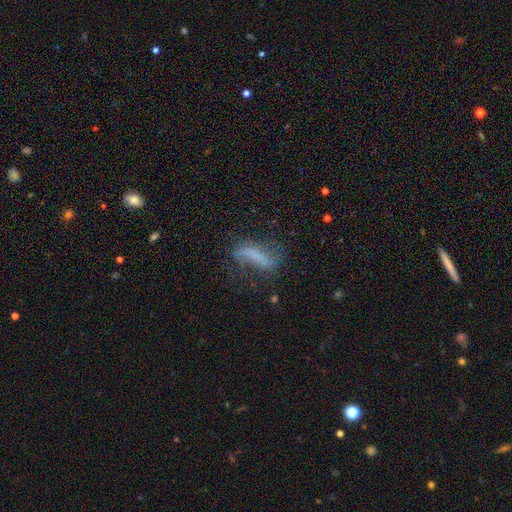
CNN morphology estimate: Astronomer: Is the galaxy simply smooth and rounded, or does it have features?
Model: smooth — 45% (runner-up: featured or disk, 43%).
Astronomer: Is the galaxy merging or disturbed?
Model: none — 45% (runner-up: minor disturbance, 27%).